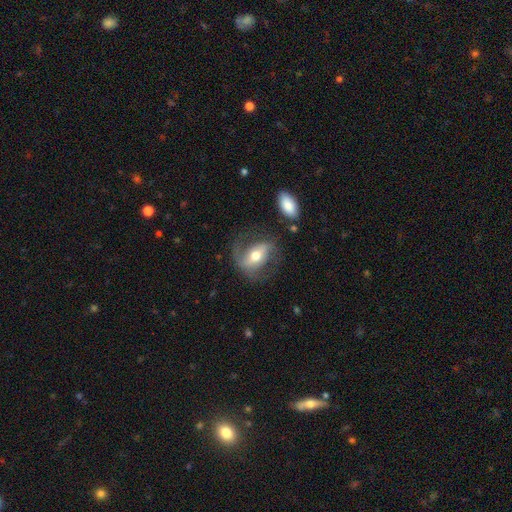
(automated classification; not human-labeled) Overall: featured or disk (69%). Edge-on disk: no (93%). Bar: strong (43%; weak 34%). Spiral arms: yes (84%). Spiral arm count: 2 (79%). Spiral winding: loose (43%; medium 42%). Bulge size: moderate (71%). Merging: none (61%).